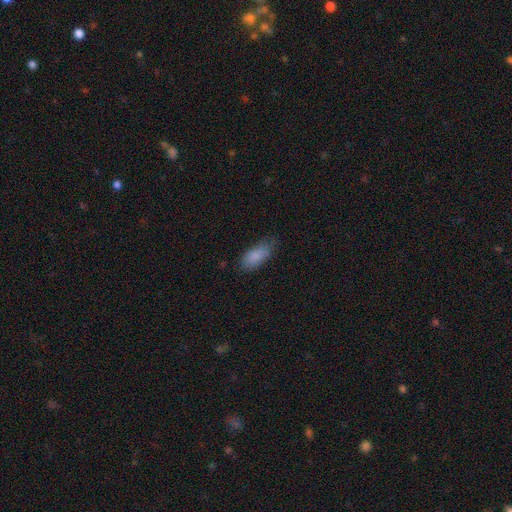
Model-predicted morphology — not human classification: smooth 86%, featured or disk 7%, star or artifact 7%. Down the decision tree: how rounded — in between (85%); merging — none (68%).